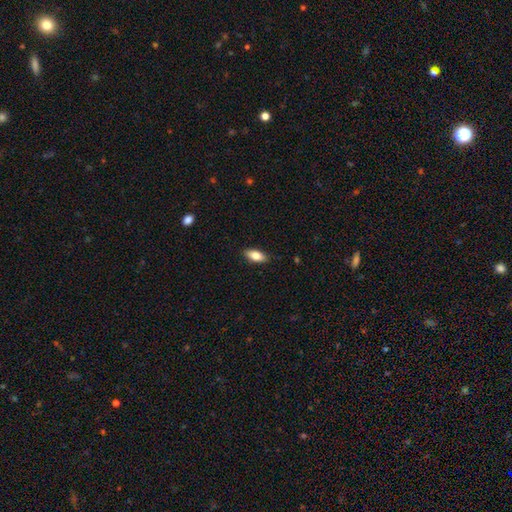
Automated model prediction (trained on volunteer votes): Morphology: type=smooth (80%); roundness=in between (86%); merging=none (87%).